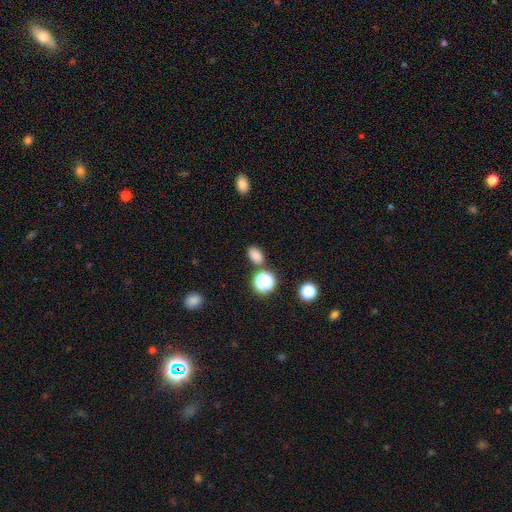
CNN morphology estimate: smooth 78%, star or artifact 16%, featured or disk 5%. Down the decision tree: how rounded — in between (78%); merging — none (79%).